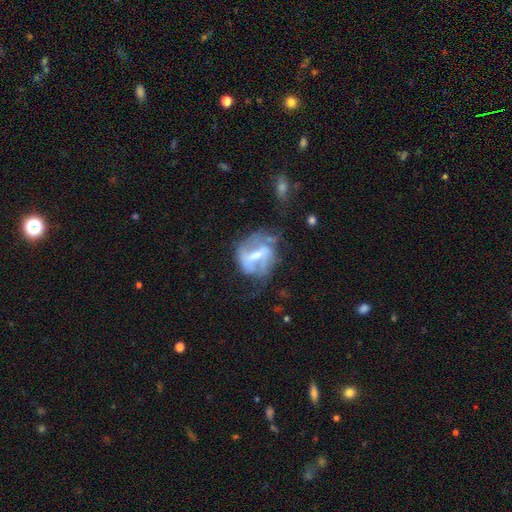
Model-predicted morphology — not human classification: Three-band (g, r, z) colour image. It shows a featured or disk galaxy (77%) with a weak bar (44%), 2 (61%) medium (45%) spiral arms (79%) and a moderate central bulge (48%). Merging: none (43%).